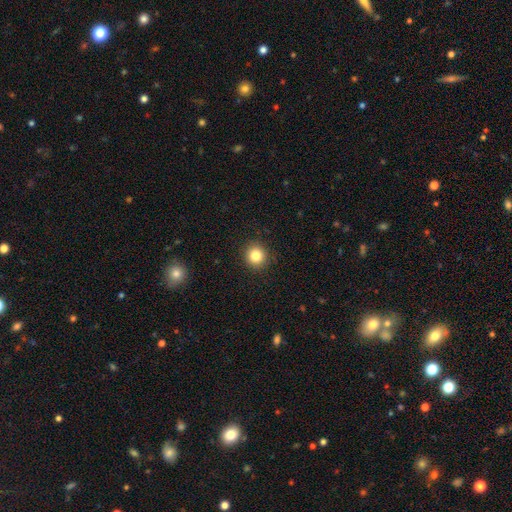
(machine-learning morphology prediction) Smooth or featured?
  - smooth: 83% *
  - star or artifact: 11%
  - featured or disk: 6%
How rounded?
  - round: 93% *
  - in between: 6%
  - cigar-shaped: 1%
Merging?
  - none: 92% *
  - minor disturbance: 5%
  - major disturbance: 2%
  - merger: 1%